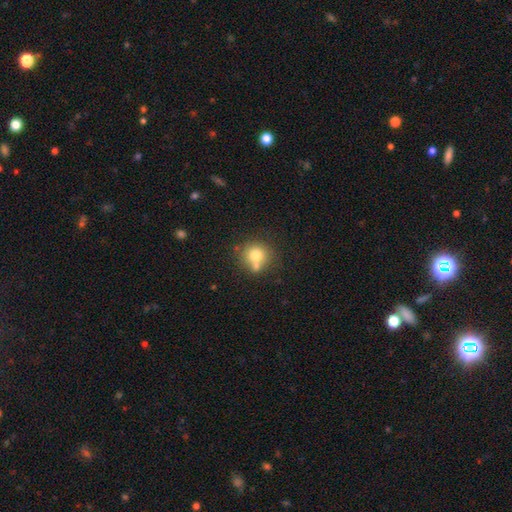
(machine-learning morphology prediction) The model was most divided on "merging": none: 56%, merger: 28%, minor disturbance: 12%, major disturbance: 4%. More confident: how rounded — round (86%); smooth or featured — smooth (74%).